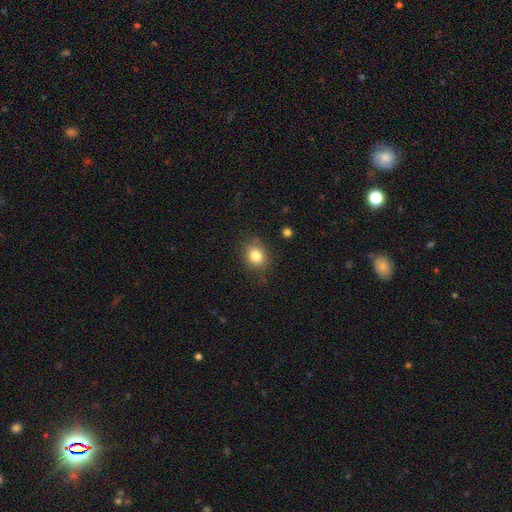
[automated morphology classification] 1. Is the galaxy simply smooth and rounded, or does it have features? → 82% smooth, 11% star or artifact, 7% featured or disk.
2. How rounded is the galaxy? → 63% round, 36% in between, 1% cigar-shaped.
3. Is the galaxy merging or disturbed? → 83% none, 12% minor disturbance, 3% major disturbance, 2% merger.